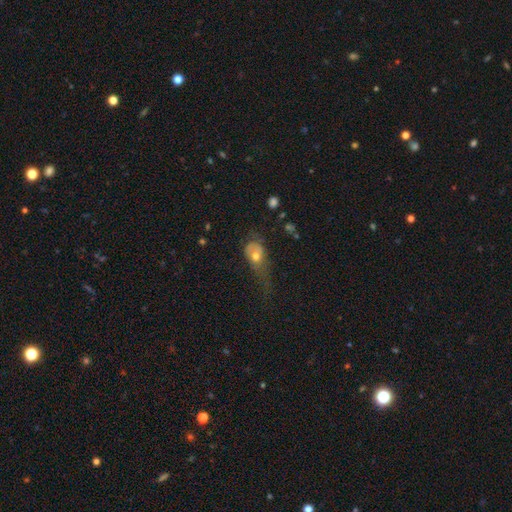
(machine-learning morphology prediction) Smooth or featured? Predicted: smooth (p=0.61). How rounded? Predicted: in between (p=0.69). Merging? Predicted: major disturbance (p=0.55).